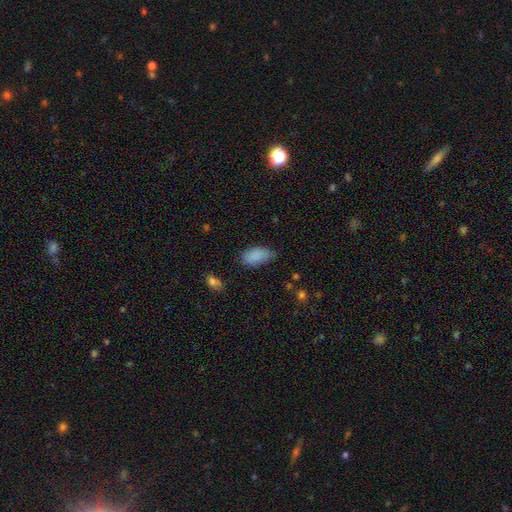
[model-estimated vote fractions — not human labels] Smooth or featured: smooth — 87% (star or artifact — 8%)
How rounded: in between — 93% (cigar-shaped — 4%)
Merging: none — 65% (minor disturbance — 28%)